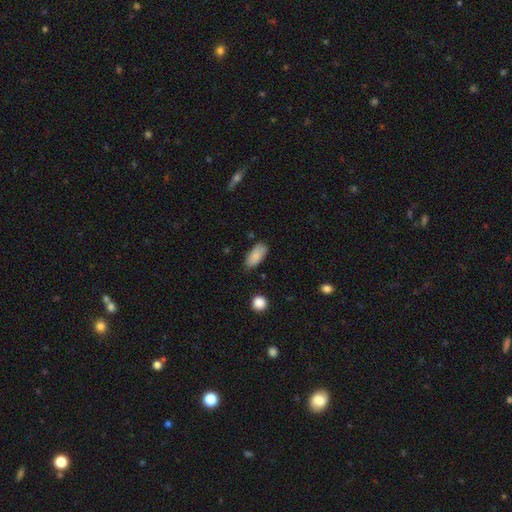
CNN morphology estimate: Smooth or featured?
  - smooth: 87% *
  - star or artifact: 7%
  - featured or disk: 6%
How rounded?
  - in between: 88% *
  - cigar-shaped: 10%
  - round: 2%
Merging?
  - none: 74% *
  - minor disturbance: 20%
  - major disturbance: 4%
  - merger: 2%